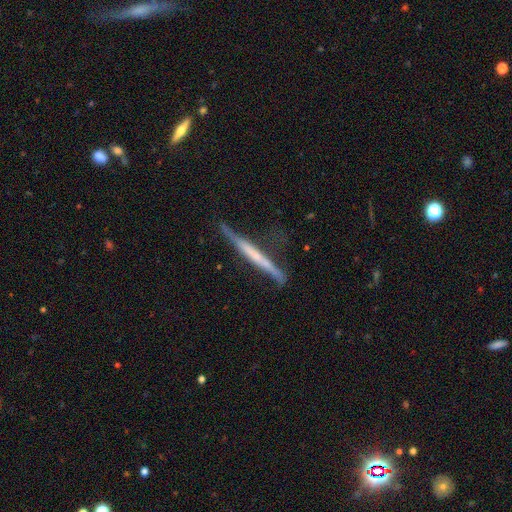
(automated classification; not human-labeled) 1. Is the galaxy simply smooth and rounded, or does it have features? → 60% featured or disk, 34% smooth, 6% star or artifact.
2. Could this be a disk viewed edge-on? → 93% yes, 7% no.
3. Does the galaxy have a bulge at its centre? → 73% none, 15% rounded, 12% boxy.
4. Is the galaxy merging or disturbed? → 58% none, 28% minor disturbance, 10% major disturbance, 3% merger.